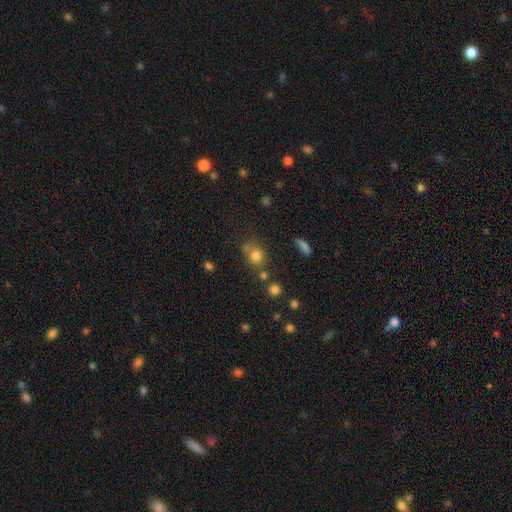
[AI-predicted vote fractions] Smooth or featured? Predicted: smooth (p=0.76). How rounded? Predicted: round (p=0.69). Merging? Predicted: none (p=0.60).